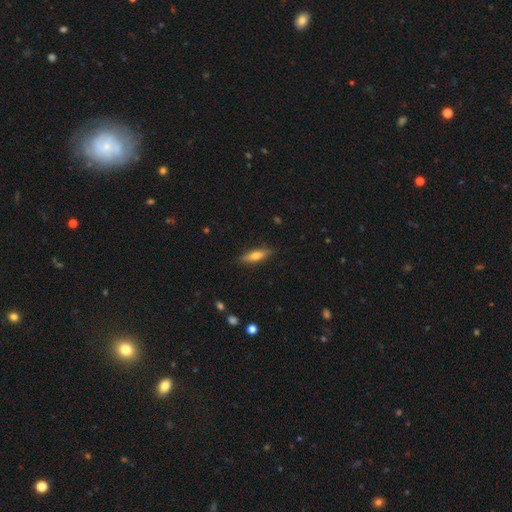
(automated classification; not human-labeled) smooth-or-featured: smooth: 60% | featured or disk: 33% | star or artifact: 6%
  how-rounded: cigar-shaped: 62% | in between: 36% | round: 2%
  merging: none: 86% | minor disturbance: 11% | major disturbance: 2% | merger: 1%